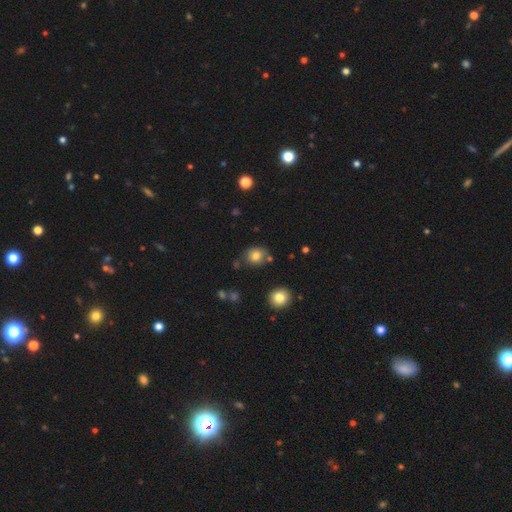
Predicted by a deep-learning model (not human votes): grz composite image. It shows a smooth galaxy with no disk features (79%) that is round (69%). Merging: none (75%).